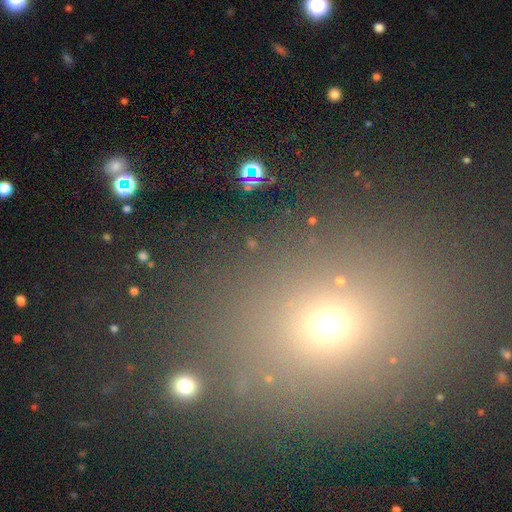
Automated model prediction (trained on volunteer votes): This is possibly a smooth galaxy (56%). How rounded: possibly round (50%). Merging: clearly none (80%).